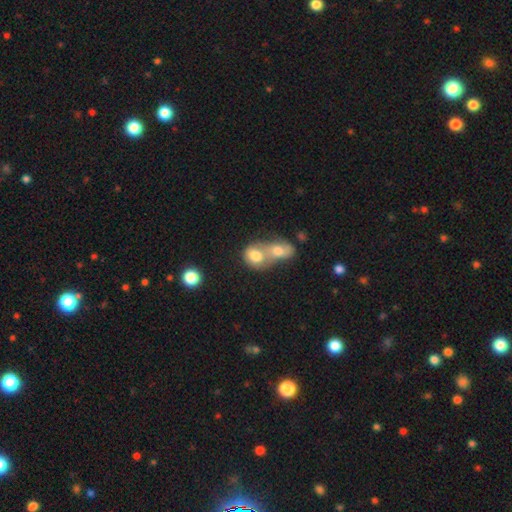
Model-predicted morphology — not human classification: Smooth or featured: smooth — 75% (featured or disk — 17%)
How rounded: round — 49% (tied with in between — 49%)
Merging: merger — 76% (none — 15%)